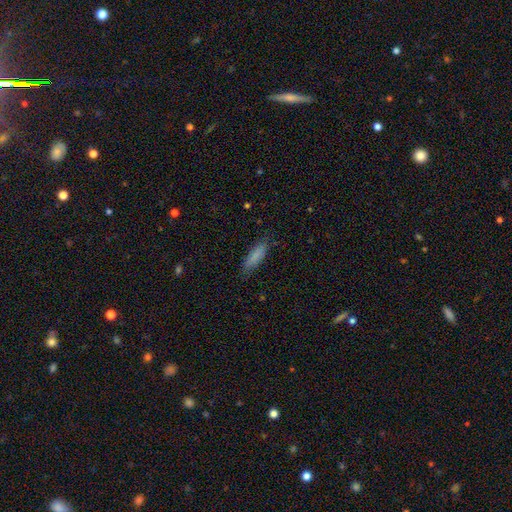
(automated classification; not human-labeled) Smooth or featured?
  - smooth: 84% *
  - featured or disk: 9%
  - star or artifact: 7%
How rounded?
  - cigar-shaped: 60% *
  - in between: 38%
  - round: 2%
Merging?
  - none: 80% *
  - minor disturbance: 15%
  - major disturbance: 3%
  - merger: 1%